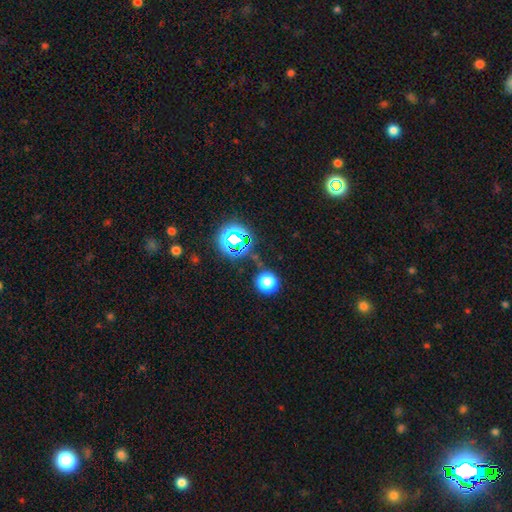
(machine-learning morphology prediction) A star or artifact, not a galaxy (67%).